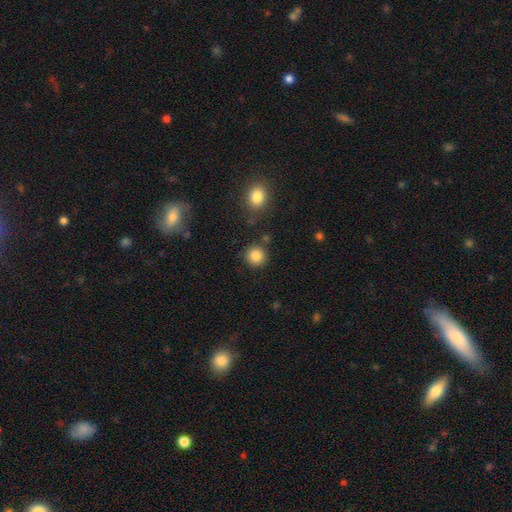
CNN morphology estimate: Overall: smooth (86%). How rounded: round (93%). Merging: none (87%).